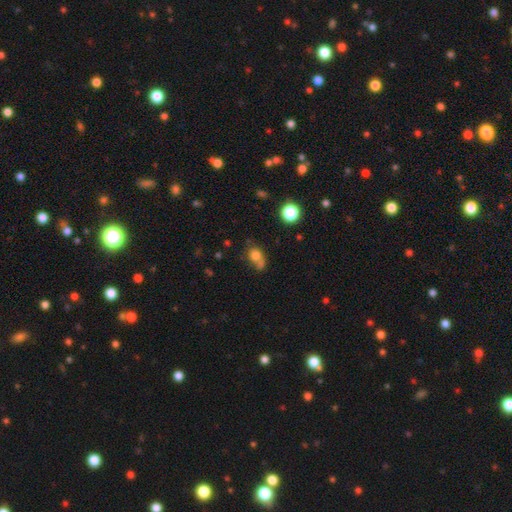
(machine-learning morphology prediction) smooth 74%, star or artifact 14%, featured or disk 12%. Down the decision tree: how rounded — round (62%); merging — none (40%).